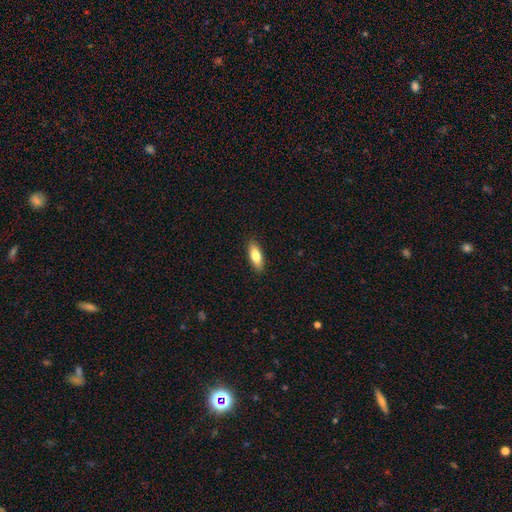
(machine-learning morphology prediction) Overall: smooth (78%). How rounded: in between (70%). Merging: none (89%).